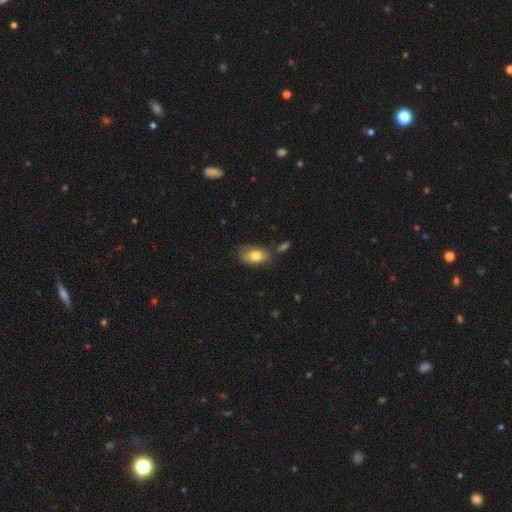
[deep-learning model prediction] This is likely a smooth galaxy (79%). How rounded: clearly in between (89%). Merging: likely none (71%).